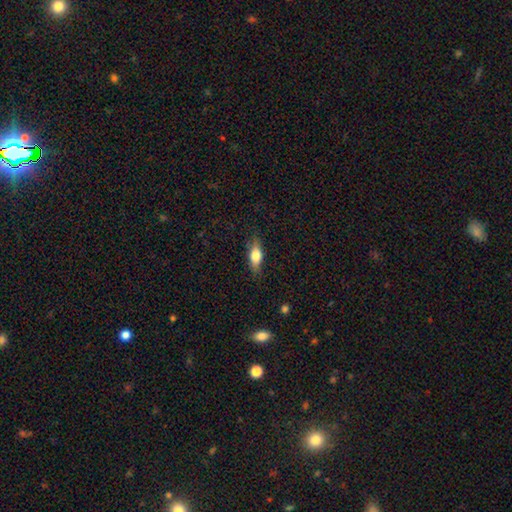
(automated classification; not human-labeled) The model was most divided on "how rounded": in between: 71%, cigar-shaped: 24%, round: 5%. More confident: merging — none (82%); smooth or featured — smooth (70%).